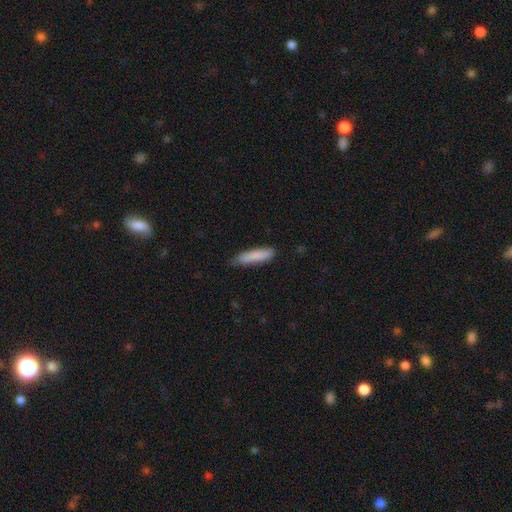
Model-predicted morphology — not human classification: Smooth or featured? Predicted: smooth (p=0.85). How rounded? Predicted: cigar-shaped (p=0.75). Merging? Predicted: none (p=0.77).